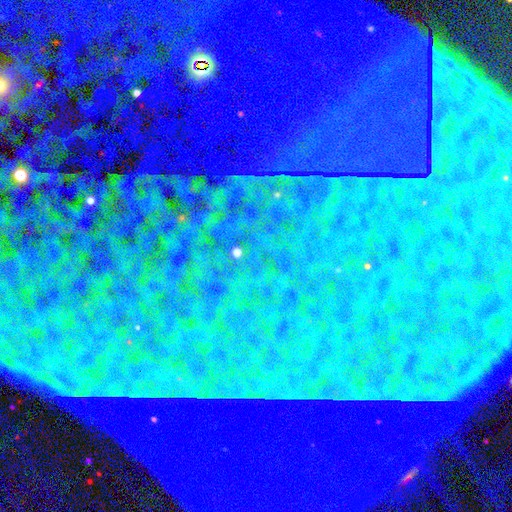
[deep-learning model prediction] Q: Smooth or featured?
A: star or artifact (86%); runner-up: smooth (7%)